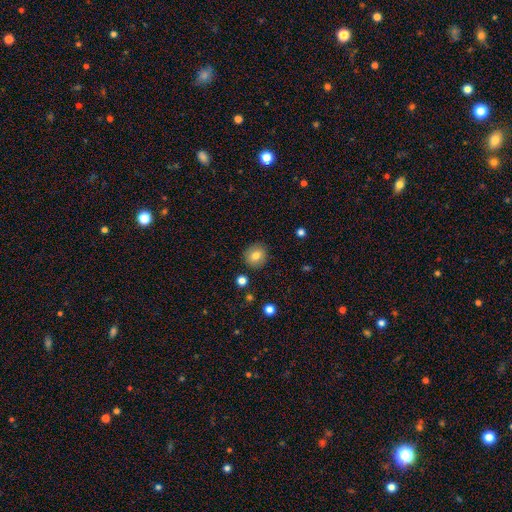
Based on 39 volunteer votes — Morphology: type=smooth (87%); roundness=round (88%); merging=none (89%).